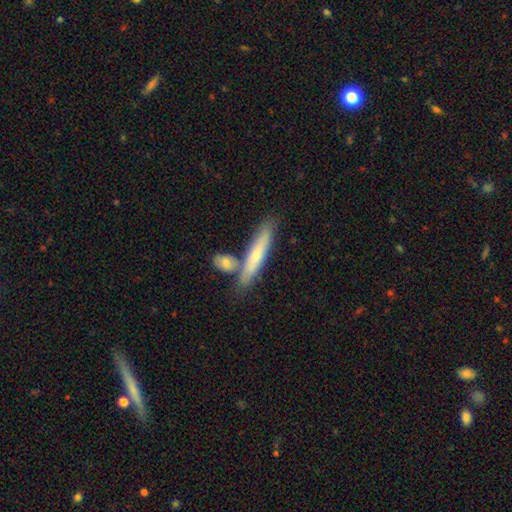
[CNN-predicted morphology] This appears to be a smooth galaxy with no disk features (60%) that is cigar-shaped (88%). Merging: none (66%).